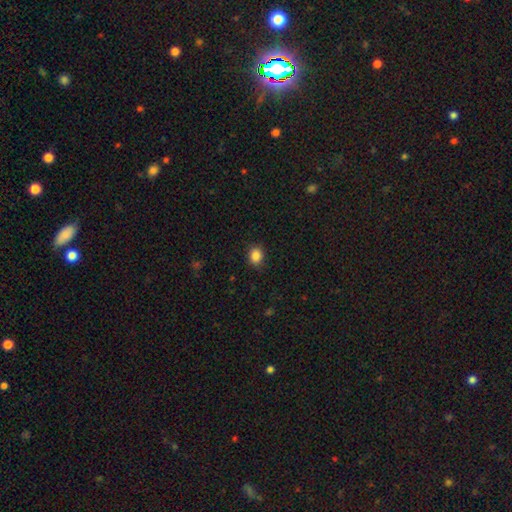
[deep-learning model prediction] Smooth or featured: smooth — 87% (star or artifact — 10%)
How rounded: round — 52% (in between — 47%)
Merging: none — 86% (minor disturbance — 10%)